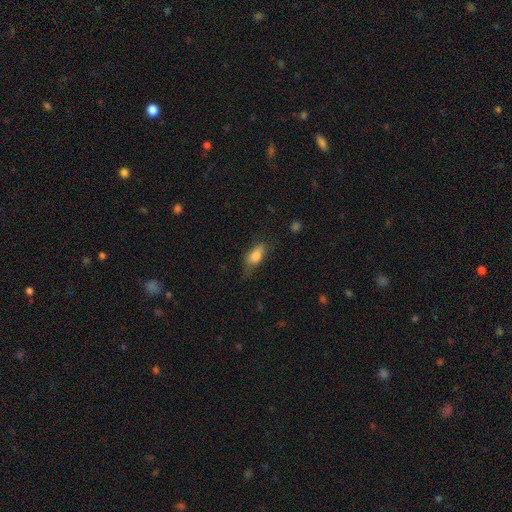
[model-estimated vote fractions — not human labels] Q: Smooth or featured?
A: smooth (78%); runner-up: featured or disk (14%)
Q: How rounded?
A: in between (78%); runner-up: cigar-shaped (17%)
Q: Merging?
A: none (59%); runner-up: minor disturbance (29%)